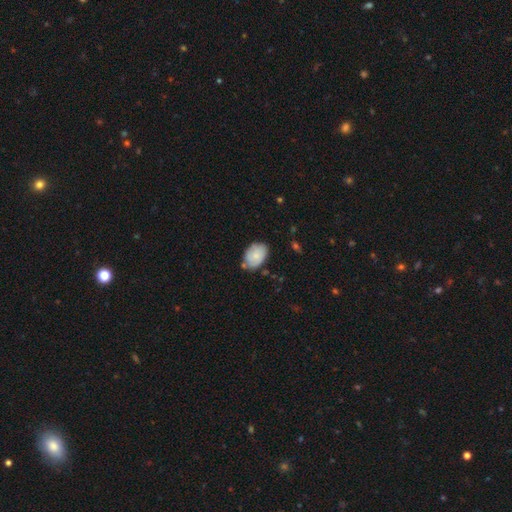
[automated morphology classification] Smooth or featured? Predicted: smooth (p=0.70). How rounded? Predicted: in between (p=0.82). Merging? Predicted: none (p=0.64).